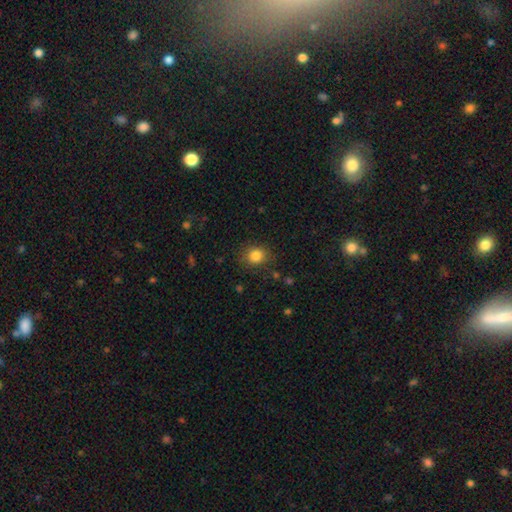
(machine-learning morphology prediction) Q: Smooth or featured?
A: smooth (84%); runner-up: star or artifact (11%)
Q: How rounded?
A: round (73%); runner-up: in between (26%)
Q: Merging?
A: none (84%); runner-up: minor disturbance (11%)